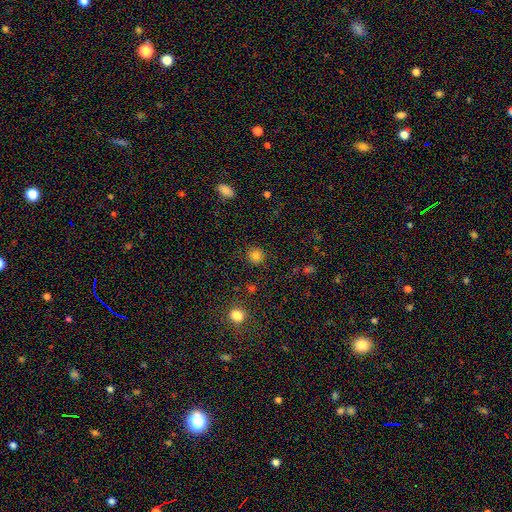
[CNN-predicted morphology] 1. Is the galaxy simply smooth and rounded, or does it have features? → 82% smooth, 13% star or artifact, 5% featured or disk.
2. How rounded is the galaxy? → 93% round, 6% in between, 1% cigar-shaped.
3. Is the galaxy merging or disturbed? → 90% none, 6% minor disturbance, 2% major disturbance, 2% merger.